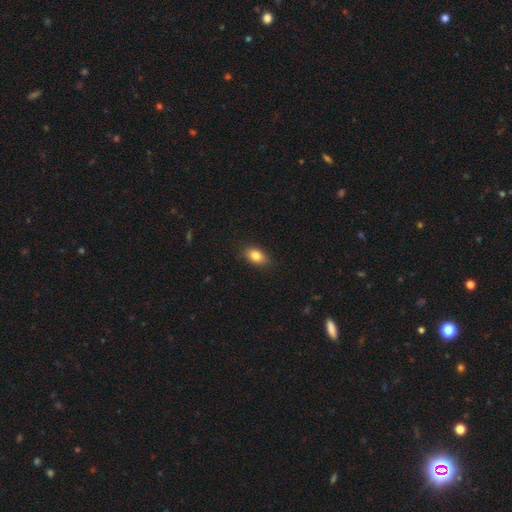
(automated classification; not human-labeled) smooth-or-featured: smooth: 83% | featured or disk: 9% | star or artifact: 8%
  how-rounded: in between: 85% | round: 12% | cigar-shaped: 3%
  merging: none: 86% | minor disturbance: 11% | major disturbance: 2% | merger: 1%